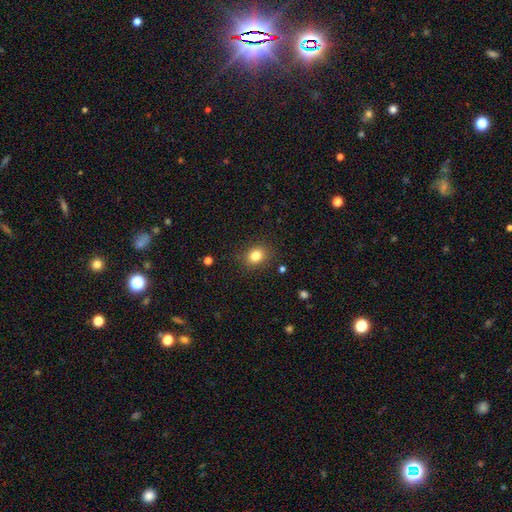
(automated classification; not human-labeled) Q: Smooth or featured?
A: smooth (82%); runner-up: star or artifact (11%)
Q: How rounded?
A: round (60%); runner-up: in between (39%)
Q: Merging?
A: none (87%); runner-up: minor disturbance (9%)